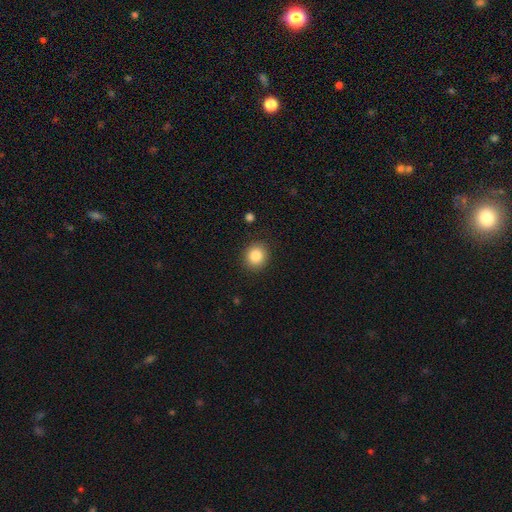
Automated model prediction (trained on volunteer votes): smooth 85%, star or artifact 10%, featured or disk 6%. Down the decision tree: how rounded — round (84%); merging — none (89%).